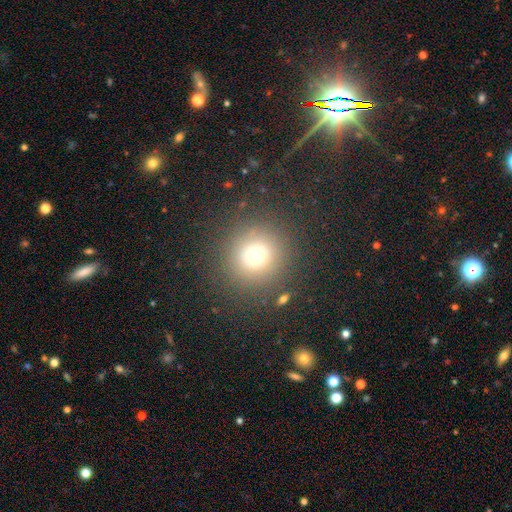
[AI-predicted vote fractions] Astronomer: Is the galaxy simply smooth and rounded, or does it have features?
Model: smooth — 71%.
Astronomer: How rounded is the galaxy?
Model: round — 94%.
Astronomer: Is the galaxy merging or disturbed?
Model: none — 87%.